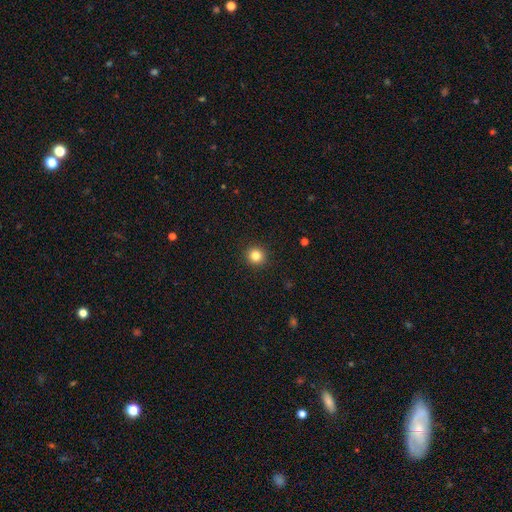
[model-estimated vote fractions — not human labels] Smooth or featured: smooth — 84% (star or artifact — 12%)
How rounded: round — 94% (in between — 5%)
Merging: none — 93% (minor disturbance — 4%)